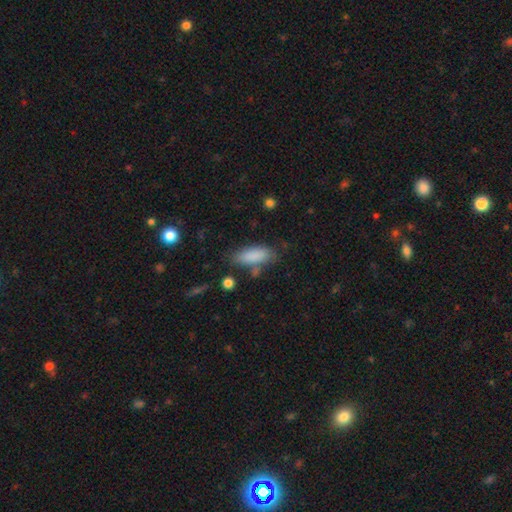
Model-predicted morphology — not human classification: Smooth or featured? Predicted: smooth (p=0.85). How rounded? Predicted: in between (p=0.72). Merging? Predicted: none (p=0.66).